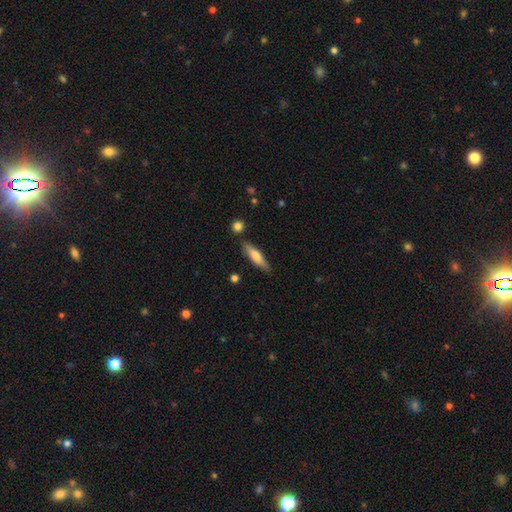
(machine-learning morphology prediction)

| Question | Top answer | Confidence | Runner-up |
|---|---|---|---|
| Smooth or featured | smooth | 63% | featured or disk (31%) |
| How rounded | cigar-shaped | 75% | in between (23%) |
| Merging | none | 82% | minor disturbance (13%) |